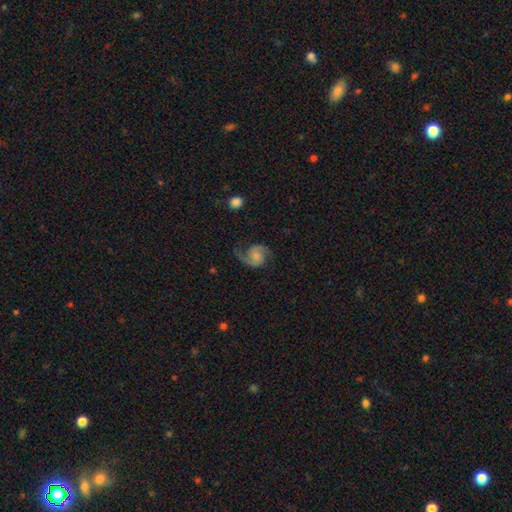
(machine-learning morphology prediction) A featured or disk galaxy (85%) with no bar (59%), 2 (90%) medium (52%) spiral arms (97%) and a small central bulge (36%).

Vote fractions:
- Smooth or featured? featured or disk: 85% / smooth: 9% / star or artifact: 6%
- Edge-on disk? no: 98% / yes: 2%
- Bar? no: 59% / weak: 34% / strong: 7%
- Spiral arms? yes: 97% / no: 3%
- Spiral winding? medium: 52% / loose: 34% / tight: 15%
- Spiral arm count? 2: 90% / 1: 5% / can't tell: 2% / 3: 1% / 4: 1% / more than 4: 1%
- Bulge size? small: 36% / moderate: 32% / none: 22% / large: 7% / dominant: 2%
- Merging? none: 71% / minor disturbance: 17% / major disturbance: 10% / merger: 2%